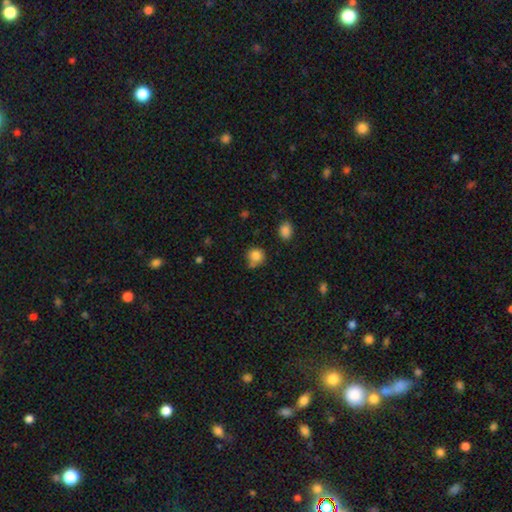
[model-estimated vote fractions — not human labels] Smooth or featured? smooth (82%)
How rounded? round (86%)
Merging? none (61%)